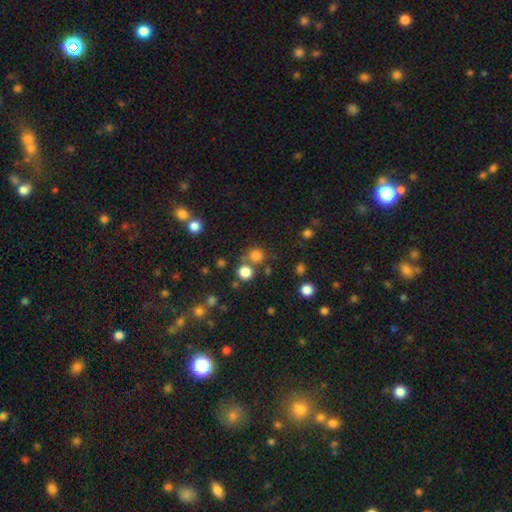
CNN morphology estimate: This appears to be a smooth galaxy with no disk features (77%) that is round (91%). Merging: none (69%).